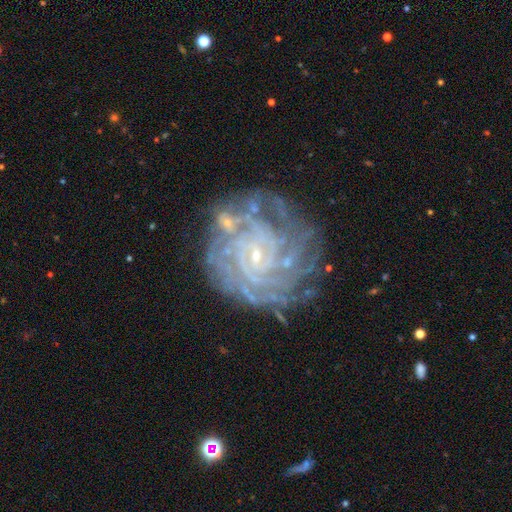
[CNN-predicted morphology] smooth_or_featured: featured or disk (p=0.88) [alt: star or artifact p=0.07]
disk_edge_on: no (p=0.98) [alt: yes p=0.02]
bar: no (p=0.55) [alt: weak p=0.34]
has_spiral_arms: yes (p=0.97) [alt: no p=0.03]
spiral_winding: tight (p=0.82) [alt: medium p=0.15]
spiral_arm_count: can't tell (p=0.24) [tied with: 4 p=0.24]
bulge_size: small (p=0.85) [alt: moderate p=0.09]
merging: none (p=0.70) [alt: minor disturbance p=0.17]